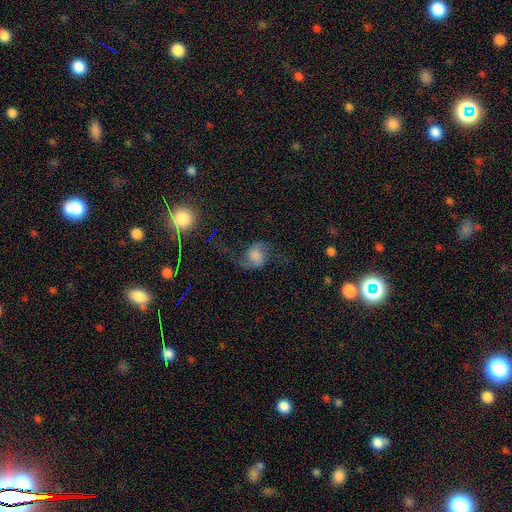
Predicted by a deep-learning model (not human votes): Q: Smooth or featured?
A: featured or disk (62%); runner-up: smooth (27%)
Q: Edge-on disk?
A: no (97%); runner-up: yes (3%)
Q: Bar?
A: no (60%); runner-up: weak (30%)
Q: Spiral arms?
A: yes (93%); runner-up: no (7%)
Q: Spiral winding?
A: loose (76%); runner-up: medium (19%)
Q: Spiral arm count?
A: 2 (92%); runner-up: 1 (3%)
Q: Bulge size?
A: none (29%); runner-up: large (26%)
Q: Merging?
A: none (62%); runner-up: major disturbance (18%)